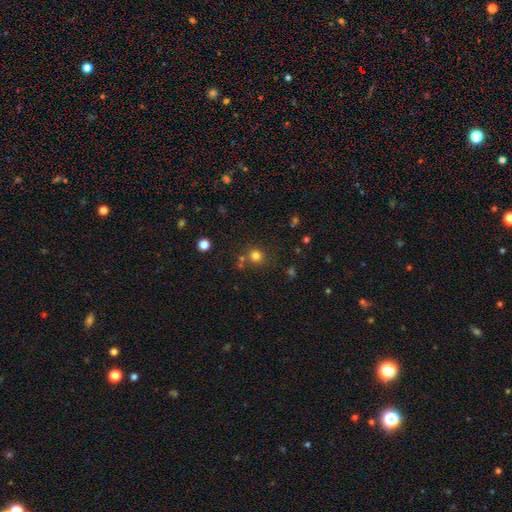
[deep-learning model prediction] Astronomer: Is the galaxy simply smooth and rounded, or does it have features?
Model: smooth — 78%.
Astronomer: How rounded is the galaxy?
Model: round — 91%.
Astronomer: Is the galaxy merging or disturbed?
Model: none — 76%.